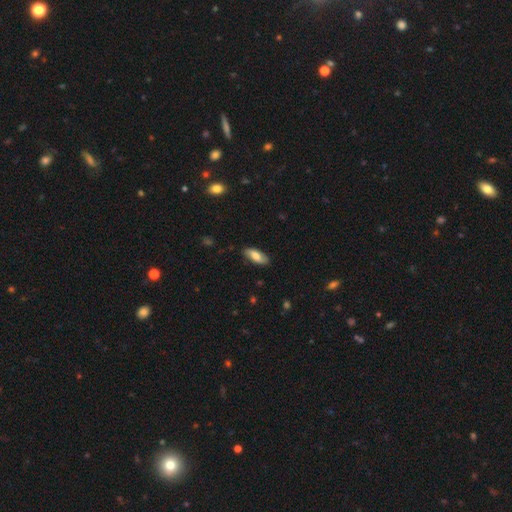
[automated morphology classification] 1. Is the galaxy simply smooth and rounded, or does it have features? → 69% smooth, 25% featured or disk, 6% star or artifact.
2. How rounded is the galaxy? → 81% in between, 17% cigar-shaped, 2% round.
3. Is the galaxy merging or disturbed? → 83% none, 14% minor disturbance, 3% major disturbance, 1% merger.